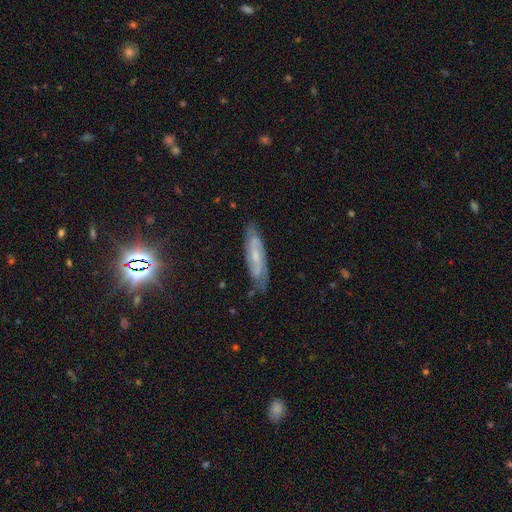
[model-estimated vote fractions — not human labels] This is likely a featured or disk galaxy (74%). It is likely not viewed edge-on (77%). Bar: marginally weak (44%). Spiral arm pattern: clearly yes (93%). Spiral arm count: likely 2 (70%). Spiral winding: marginally tight (43%, tied with medium). Central bulge: likely small (63%). Merging: likely none (77%).